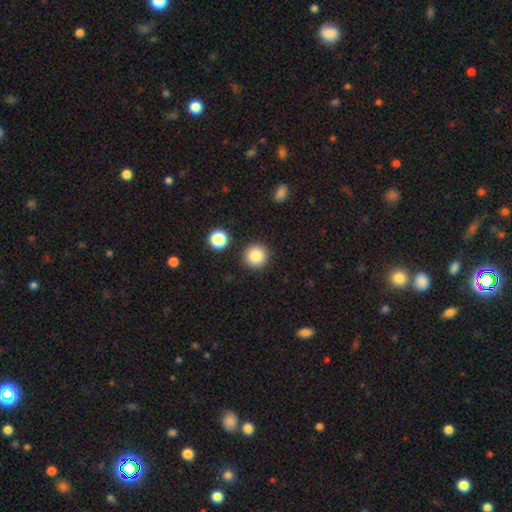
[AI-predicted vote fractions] Morphology: type=smooth (84%); roundness=round (95%); merging=none (90%).